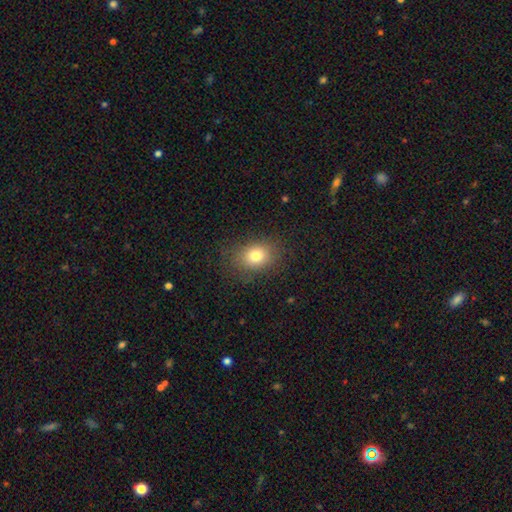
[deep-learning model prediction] A smooth galaxy with no disk features (78%) that is in between round and cigar-shaped (64%).

Vote fractions:
- Smooth or featured? smooth: 78% / star or artifact: 11% / featured or disk: 10%
- How rounded? in between: 64% / round: 35% / cigar-shaped: 1%
- Merging? none: 82% / minor disturbance: 12% / major disturbance: 5% / merger: 1%